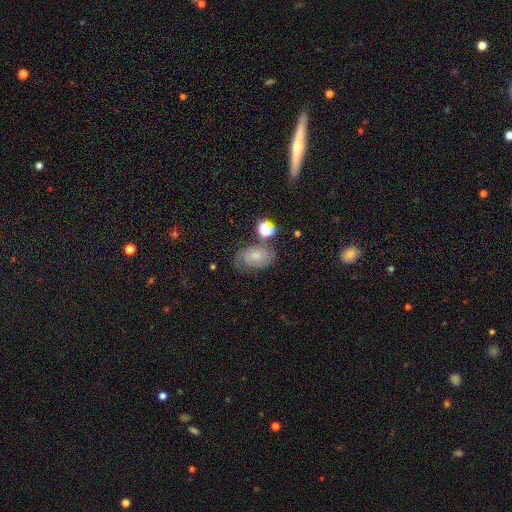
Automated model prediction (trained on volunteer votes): featured or disk 50%, smooth 36%, star or artifact 14%. Down the decision tree: edge-on disk — no (96%); merging — none (61%).